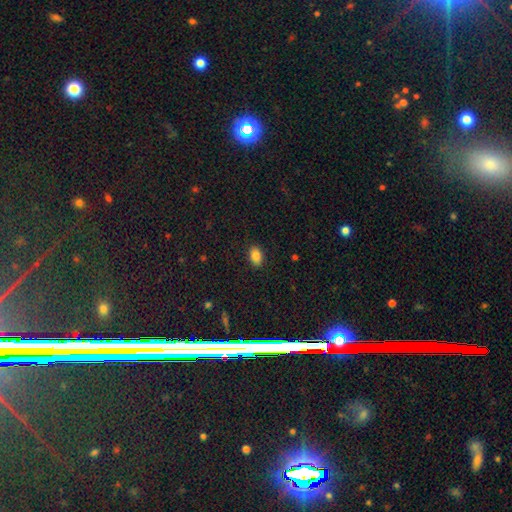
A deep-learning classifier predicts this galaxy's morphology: type=smooth (86%); roundness=in between (86%); merging=none (88%).